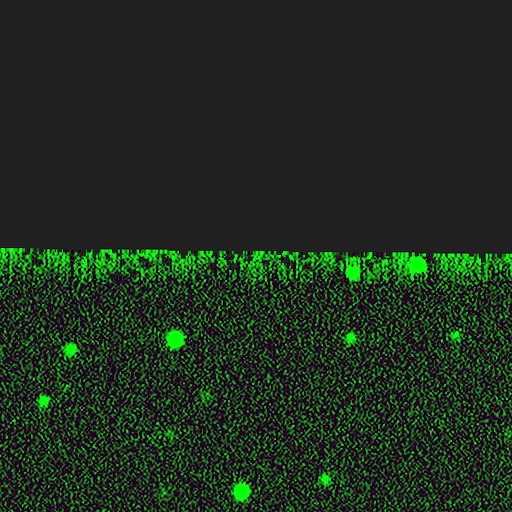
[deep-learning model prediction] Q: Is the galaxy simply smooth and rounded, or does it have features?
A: star or artifact — 84%.